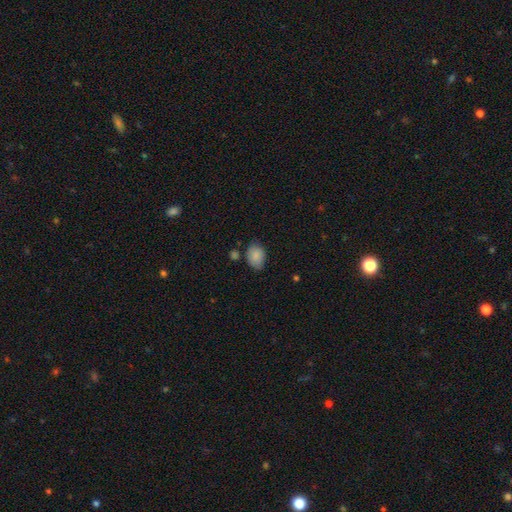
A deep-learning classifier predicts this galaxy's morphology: Overall: smooth (86%). How rounded: in between (81%). Merging: none (68%).